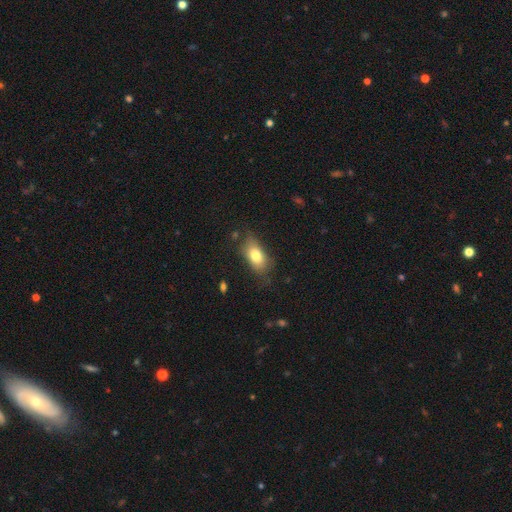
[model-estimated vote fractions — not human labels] This appears to be a smooth galaxy with no disk features (78%) that is in between round and cigar-shaped (88%). Merging: none (69%).